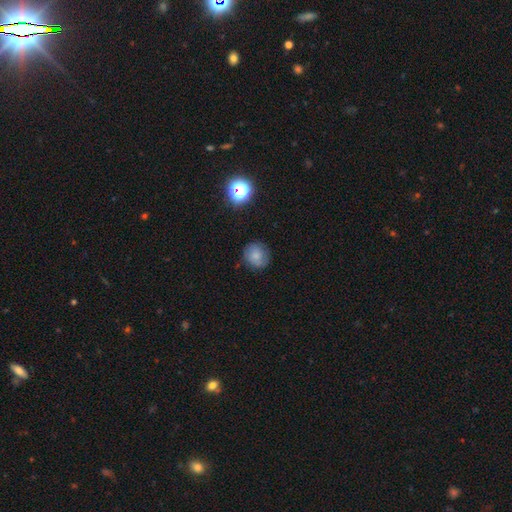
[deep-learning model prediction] smooth-or-featured: smooth: 73% | featured or disk: 14% | star or artifact: 12%
  how-rounded: round: 83% | in between: 16% | cigar-shaped: 1%
  merging: none: 80% | minor disturbance: 14% | major disturbance: 4% | merger: 2%